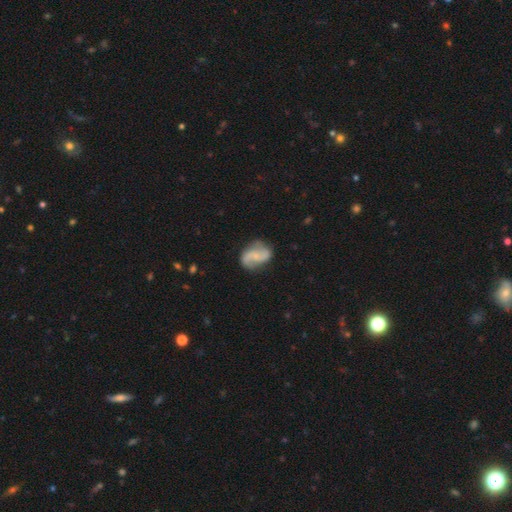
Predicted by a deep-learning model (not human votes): Overall: featured or disk (73%). Edge-on disk: no (98%). Bar: no (51%; weak 37%). Spiral arms: yes (93%). Spiral arm count: 2 (90%). Spiral winding: loose (57%; medium 33%). Bulge size: small (41%; none 40%). Merging: none (71%).